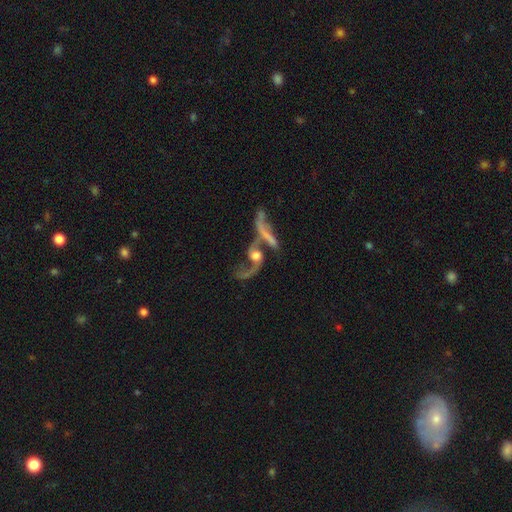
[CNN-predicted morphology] featured or disk 80%, smooth 12%, star or artifact 8%. Down the decision tree: edge-on disk — no (92%); bar — no (68%); spiral arms — yes (87%); spiral arm count — 2 (82%); spiral winding — loose (81%); bulge size — moderate (50%); merging — merger (41%).